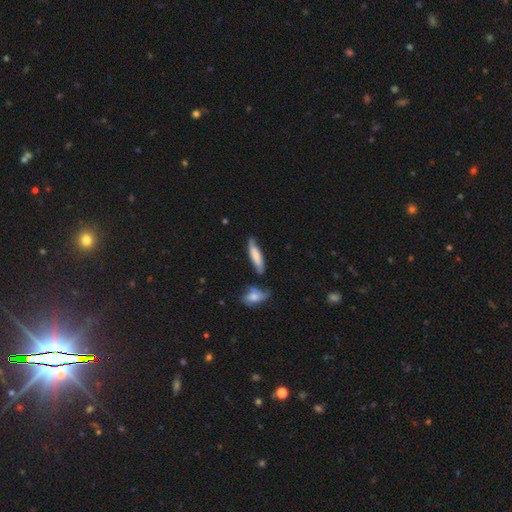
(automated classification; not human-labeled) A smooth galaxy with no disk features (63%) that is cigar-shaped (74%).

Vote fractions:
- Smooth or featured? smooth: 63% / featured or disk: 31% / star or artifact: 6%
- How rounded? cigar-shaped: 74% / in between: 24% / round: 2%
- Merging? none: 62% / minor disturbance: 22% / merger: 10% / major disturbance: 6%